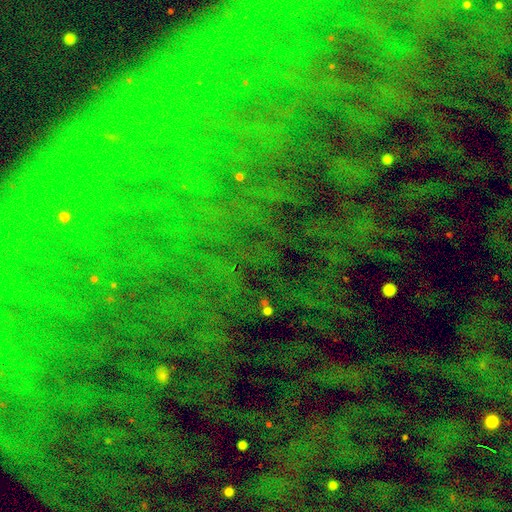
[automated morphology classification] Q: Smooth or featured?
A: star or artifact (80%); runner-up: smooth (11%)